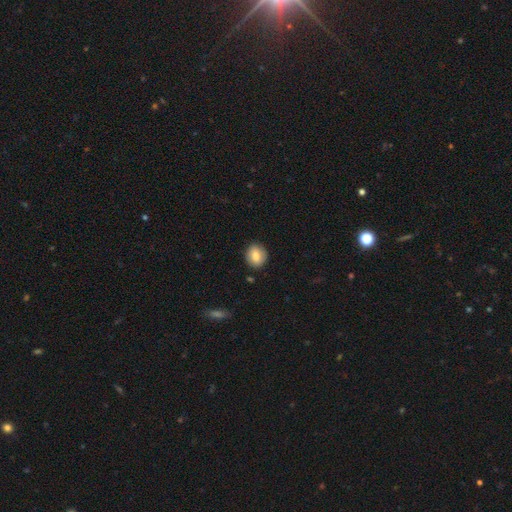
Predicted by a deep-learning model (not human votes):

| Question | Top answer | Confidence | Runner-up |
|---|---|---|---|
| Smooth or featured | smooth | 80% | featured or disk (12%) |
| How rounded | round | 71% | in between (28%) |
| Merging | none | 87% | minor disturbance (9%) |